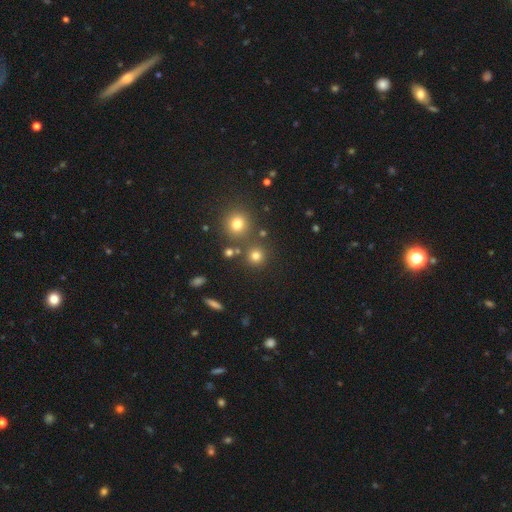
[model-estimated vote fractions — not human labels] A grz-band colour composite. It shows a smooth galaxy with no disk features (75%) that is round (92%). Merging: none (81%).